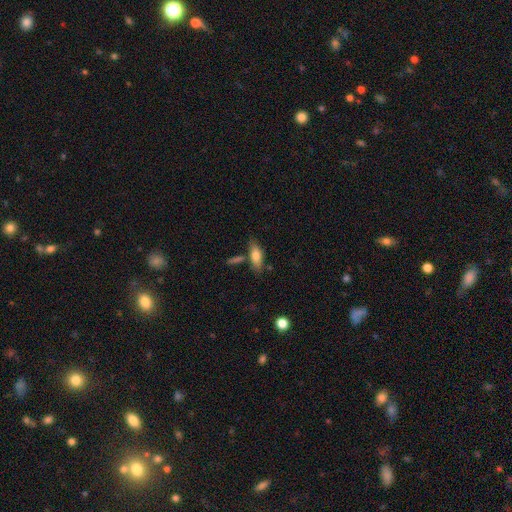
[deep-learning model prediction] A smooth galaxy with no disk features (73%) that is in between round and cigar-shaped (70%). Merging: none (67%).